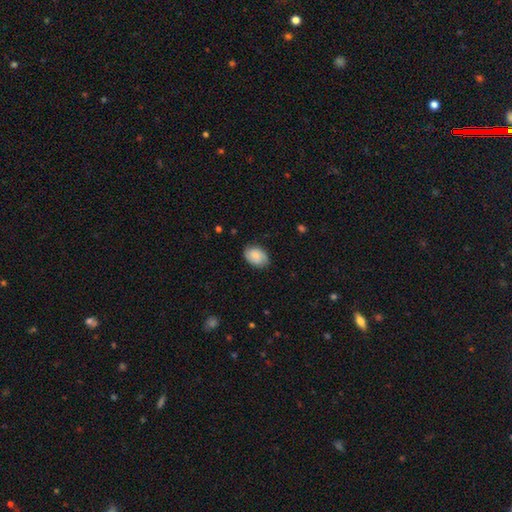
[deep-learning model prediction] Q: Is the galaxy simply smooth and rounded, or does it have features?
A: smooth — 70%.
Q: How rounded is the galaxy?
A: in between — 80%.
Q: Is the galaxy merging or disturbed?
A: none — 77%.